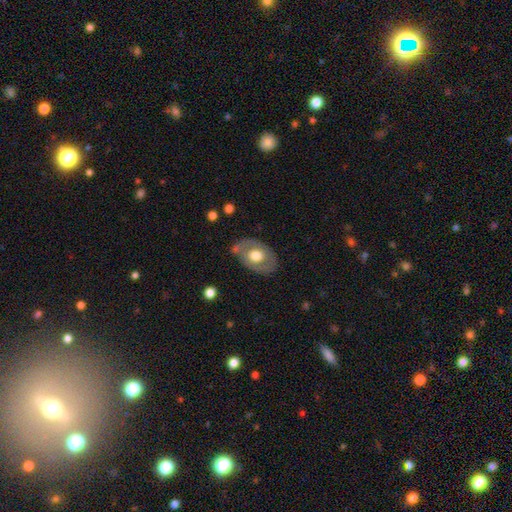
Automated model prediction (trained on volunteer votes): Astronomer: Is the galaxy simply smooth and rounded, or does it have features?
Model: smooth — 48% (runner-up: featured or disk, 47%).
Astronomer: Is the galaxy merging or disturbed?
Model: none — 71%.